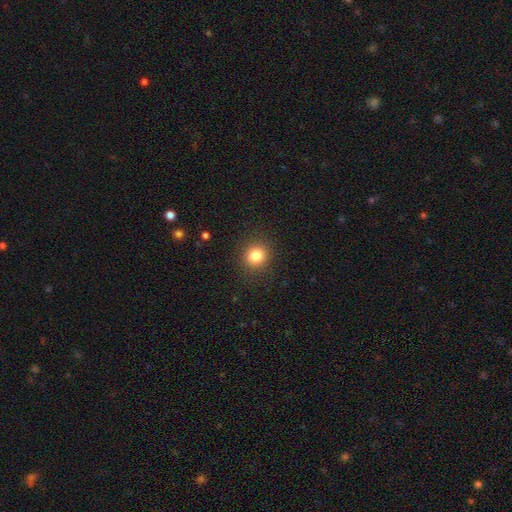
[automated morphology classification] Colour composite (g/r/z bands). It shows a smooth galaxy with no disk features (83%) that is round (88%). Merging: none (90%).